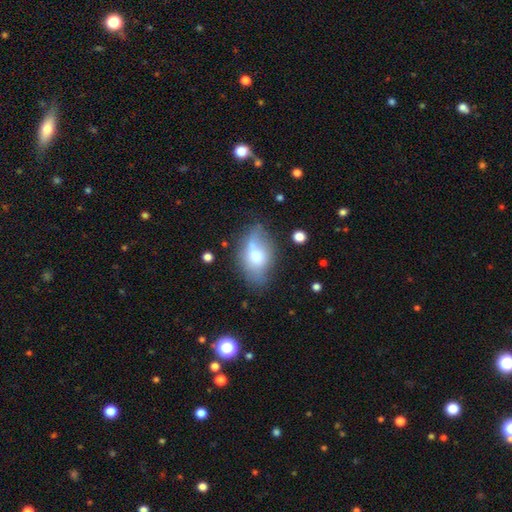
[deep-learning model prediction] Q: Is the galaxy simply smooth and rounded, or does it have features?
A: smooth — 60%.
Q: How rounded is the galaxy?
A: in between — 87%.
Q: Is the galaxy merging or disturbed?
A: none — 49%.